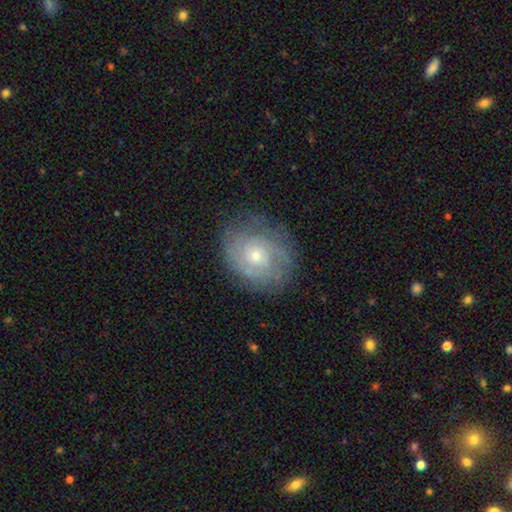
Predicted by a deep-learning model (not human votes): This appears to be a featured or disk galaxy (76%) with no bar (79%), tight (67%) spiral arms (90%) and a small central bulge (60%). Merging: none (76%).